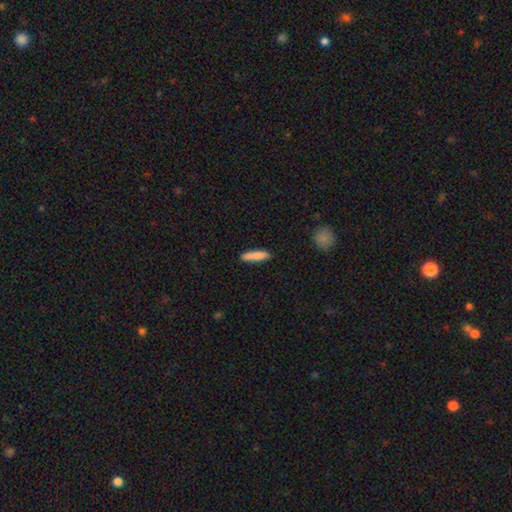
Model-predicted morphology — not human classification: This appears to be a smooth galaxy with no disk features (85%) that is cigar-shaped (80%). Merging: none (88%).